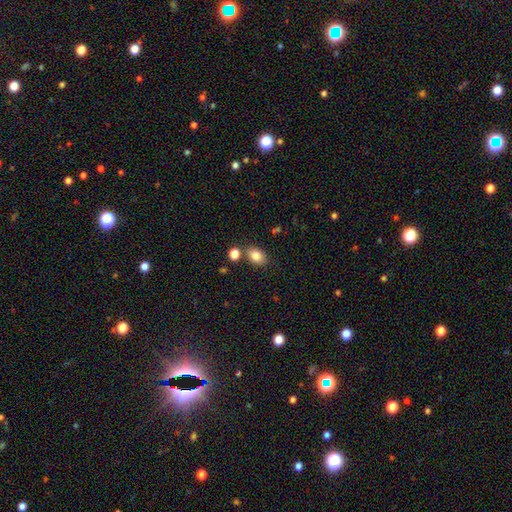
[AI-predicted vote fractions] A smooth galaxy with no disk features (82%) that is in between round and cigar-shaped (80%). Merging: none (75%).